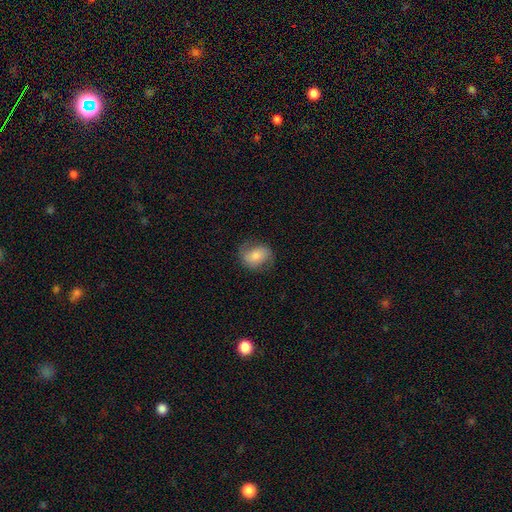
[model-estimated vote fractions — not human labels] smooth 66%, featured or disk 26%, star or artifact 8%. Down the decision tree: how rounded — in between (55%); merging — none (70%).